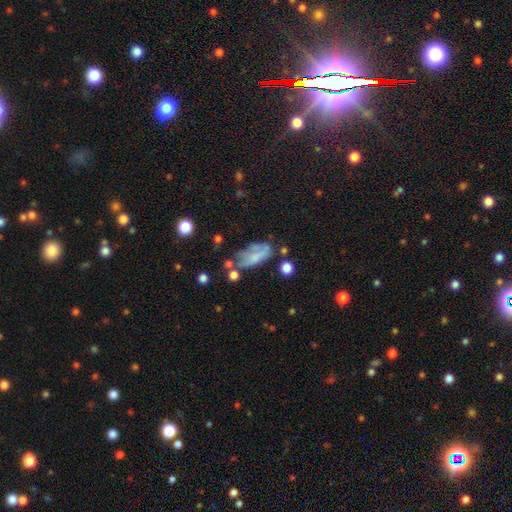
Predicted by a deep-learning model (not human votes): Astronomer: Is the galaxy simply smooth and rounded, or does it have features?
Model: smooth — 55% (runner-up: featured or disk, 35%).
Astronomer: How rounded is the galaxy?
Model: in between — 82%.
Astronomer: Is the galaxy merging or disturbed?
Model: none — 36% (runner-up: minor disturbance, 29%).